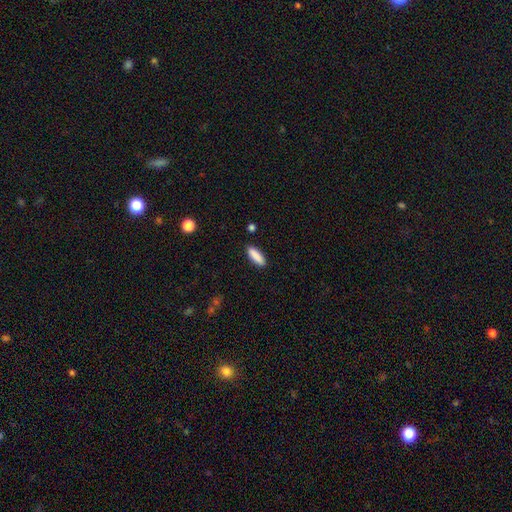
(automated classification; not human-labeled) Smooth or featured?
  - smooth: 89% *
  - star or artifact: 6%
  - featured or disk: 5%
How rounded?
  - cigar-shaped: 51% *
  - in between: 47%
  - round: 2%
Merging?
  - none: 89% *
  - minor disturbance: 8%
  - major disturbance: 2%
  - merger: 2%